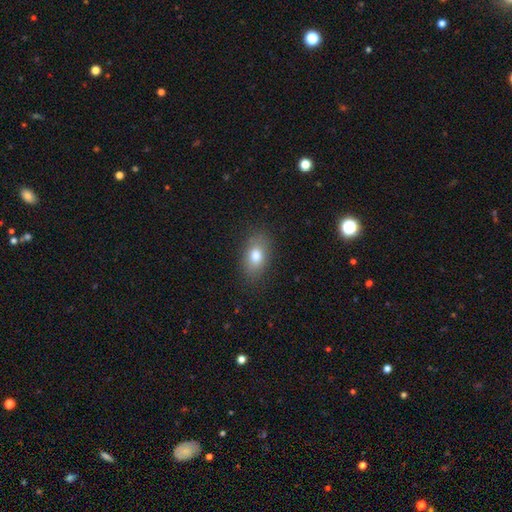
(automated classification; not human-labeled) smooth_or_featured: smooth (p=0.80) [alt: featured or disk p=0.12]
how_rounded: in between (p=0.86) [alt: round p=0.11]
merging: none (p=0.82) [alt: minor disturbance p=0.13]